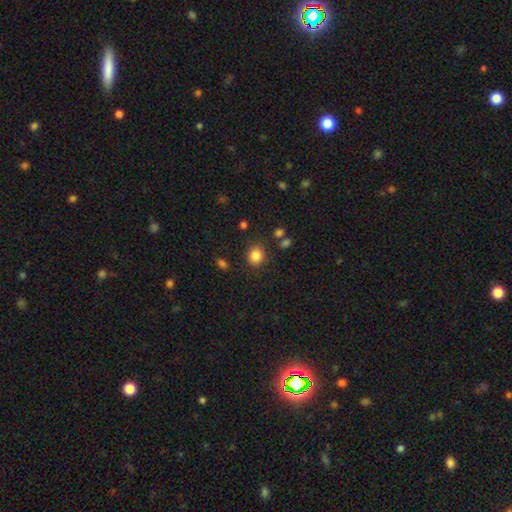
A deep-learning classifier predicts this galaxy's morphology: Smooth or featured?
  - smooth: 85% *
  - star or artifact: 11%
  - featured or disk: 4%
How rounded?
  - round: 78% *
  - in between: 21%
  - cigar-shaped: 1%
Merging?
  - none: 83% *
  - minor disturbance: 10%
  - major disturbance: 4%
  - merger: 3%